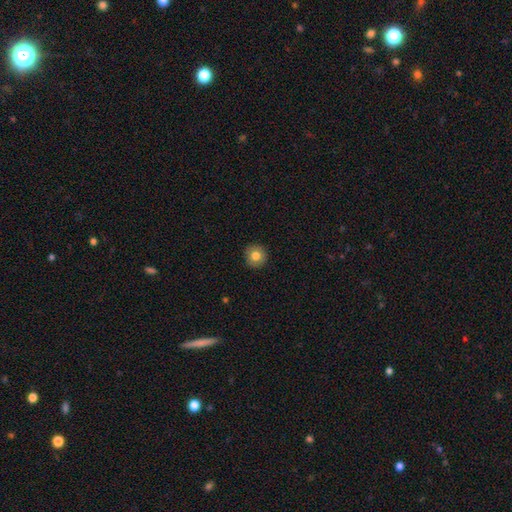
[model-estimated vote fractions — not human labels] Smooth or featured: smooth — 80% (featured or disk — 10%)
How rounded: round — 95% (in between — 4%)
Merging: none — 92% (minor disturbance — 5%)